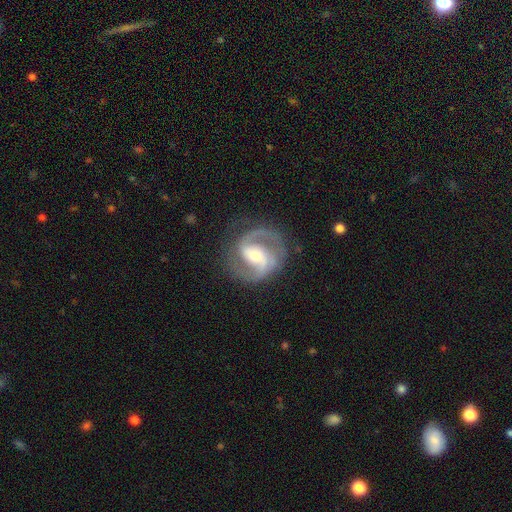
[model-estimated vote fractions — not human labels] Overall: featured or disk (90%). Edge-on disk: no (98%). Bar: weak (43%; strong 29%). Spiral arms: yes (97%). Spiral arm count: 2 (89%). Spiral winding: medium (58%; tight 27%). Bulge size: moderate (55%; small 38%). Merging: none (79%).